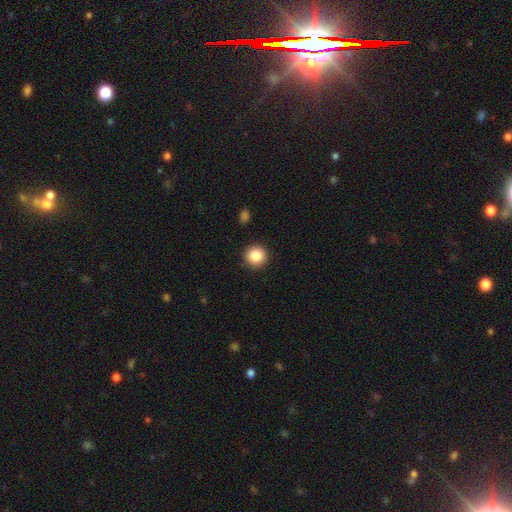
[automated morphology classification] Smooth or featured? Predicted: smooth (p=0.87). How rounded? Predicted: round (p=0.95). Merging? Predicted: none (p=0.91).